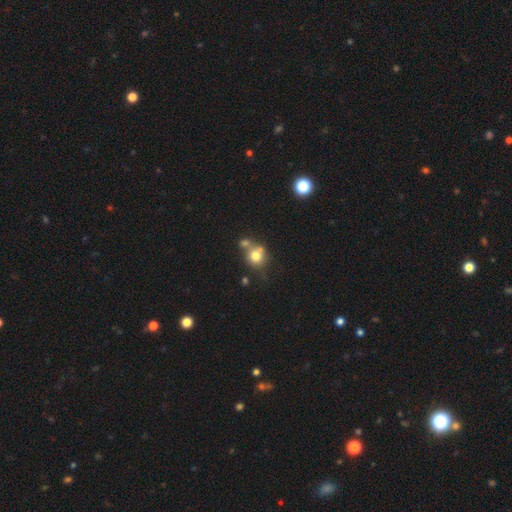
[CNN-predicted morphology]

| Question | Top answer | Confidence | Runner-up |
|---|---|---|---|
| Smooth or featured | smooth | 73% | featured or disk (15%) |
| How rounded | round | 81% | in between (18%) |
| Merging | none | 44% | merger (37%) |